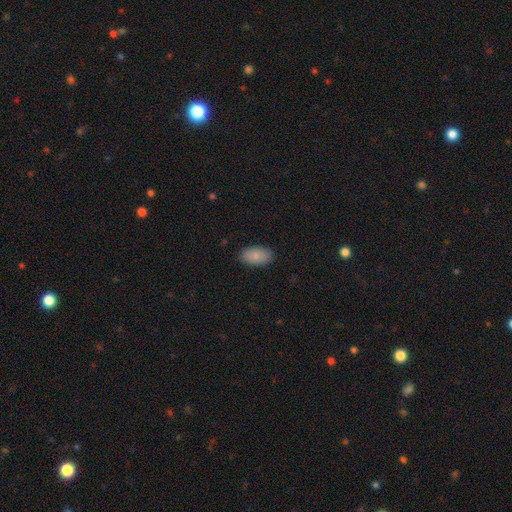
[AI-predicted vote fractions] This is clearly a smooth galaxy (87%). How rounded: clearly in between (94%). Merging: clearly none (87%).